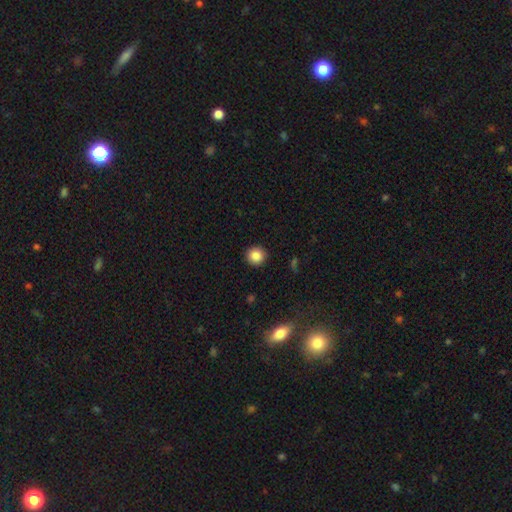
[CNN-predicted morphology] A smooth galaxy with no disk features (86%) that is round (92%). Merging: none (92%).